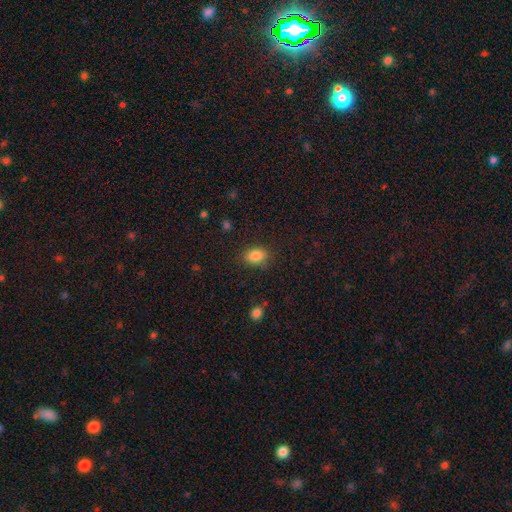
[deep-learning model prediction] smooth_or_featured: smooth (p=0.85) [alt: star or artifact p=0.10]
how_rounded: in between (p=0.79) [alt: round p=0.20]
merging: none (p=0.83) [alt: minor disturbance p=0.12]